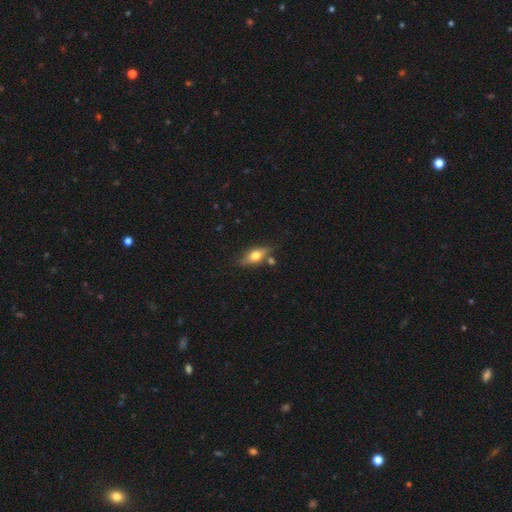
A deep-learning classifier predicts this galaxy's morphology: A smooth galaxy with no disk features (54%) that is in between round and cigar-shaped (70%).

Vote fractions:
- Smooth or featured? smooth: 54% / featured or disk: 38% / star or artifact: 7%
- How rounded? in between: 70% / cigar-shaped: 24% / round: 6%
- Merging? none: 73% / minor disturbance: 15% / merger: 8% / major disturbance: 4%